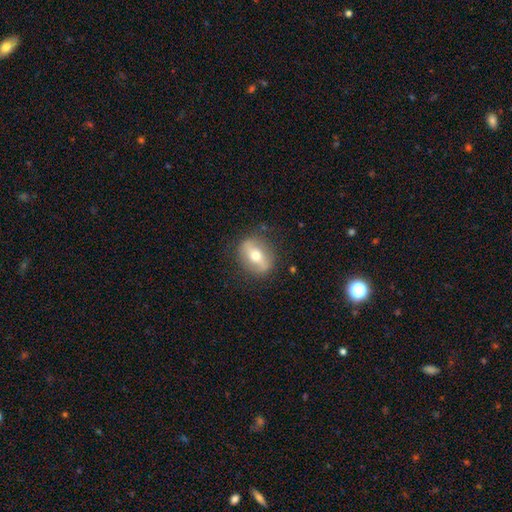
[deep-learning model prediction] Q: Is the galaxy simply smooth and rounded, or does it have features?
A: featured or disk — 50%.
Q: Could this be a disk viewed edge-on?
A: no — 73%.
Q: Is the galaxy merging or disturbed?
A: none — 81%.